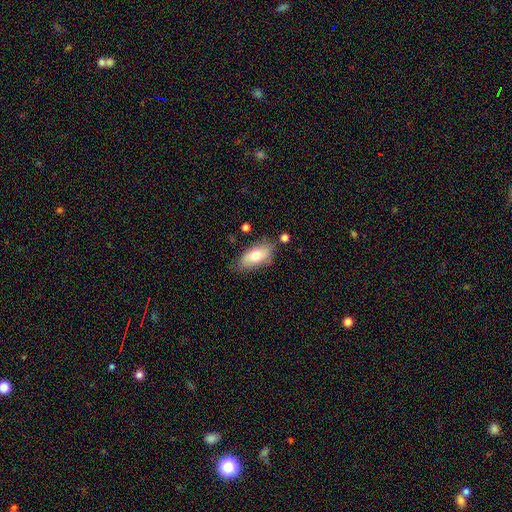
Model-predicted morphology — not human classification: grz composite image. It shows a smooth galaxy with no disk features (74%) that is in between round and cigar-shaped (88%). Merging: none (71%).